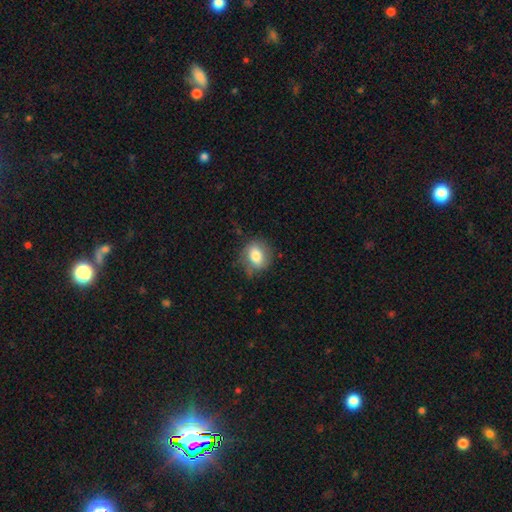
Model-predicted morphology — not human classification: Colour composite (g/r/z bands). It shows a smooth galaxy with no disk features (77%) that is in between round and cigar-shaped (51%). Merging: none (68%).